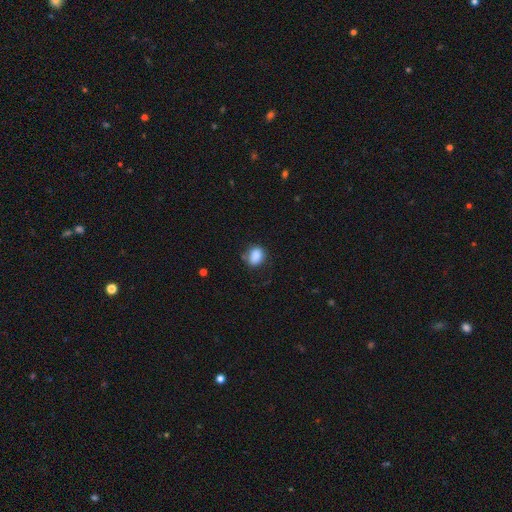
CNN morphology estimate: The model was most divided on "how rounded": in between: 55%, round: 44%, cigar-shaped: 1%. More confident: smooth or featured — smooth (86%); merging — none (66%).